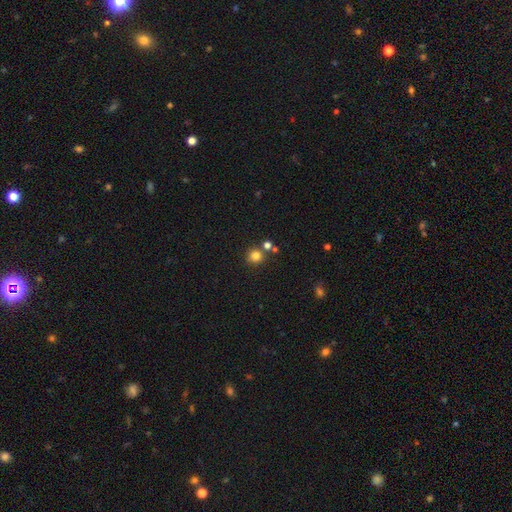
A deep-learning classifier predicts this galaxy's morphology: This is likely a smooth galaxy (80%). How rounded: clearly round (90%). Merging: likely none (75%).